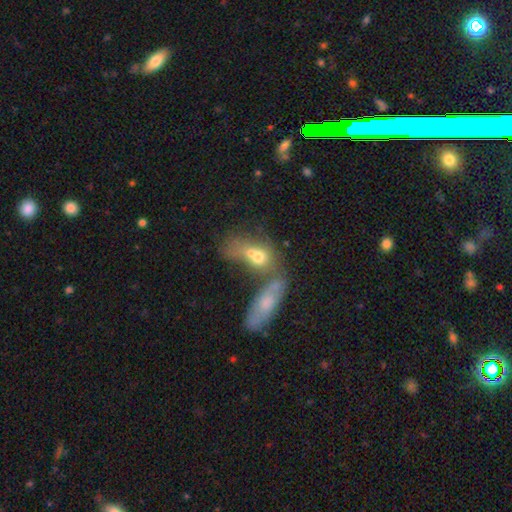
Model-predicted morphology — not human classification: A smooth galaxy with no disk features (60%) that is in between round and cigar-shaped (61%). Merging: merger (62%).